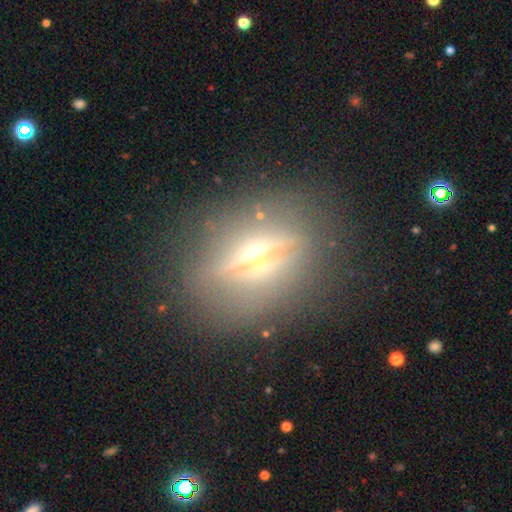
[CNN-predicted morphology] Smooth or featured: featured or disk — 72% (smooth — 15%)
Edge-on disk: yes — 83% (no — 17%)
Edge-on bulge: rounded — 94% (boxy — 3%)
Merging: none — 79% (minor disturbance — 13%)